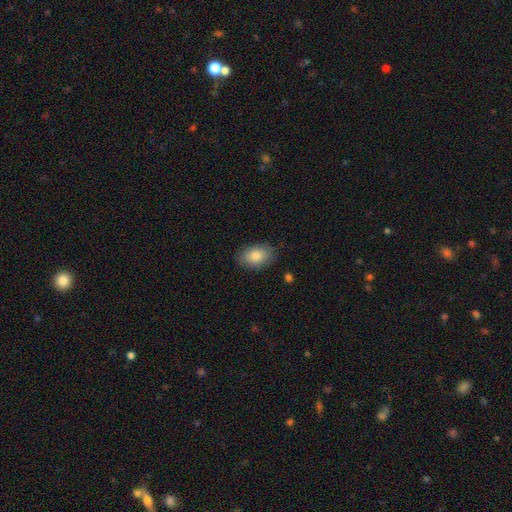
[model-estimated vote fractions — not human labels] A smooth galaxy with no disk features (83%) that is in between round and cigar-shaped (87%). Merging: none (85%).